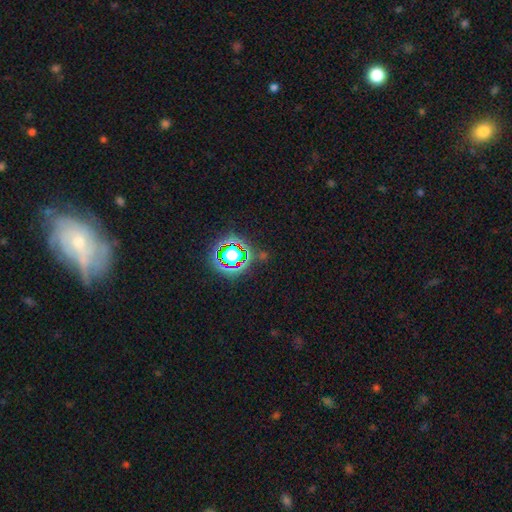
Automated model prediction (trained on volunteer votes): star or artifact 77%, smooth 14%, featured or disk 9%.